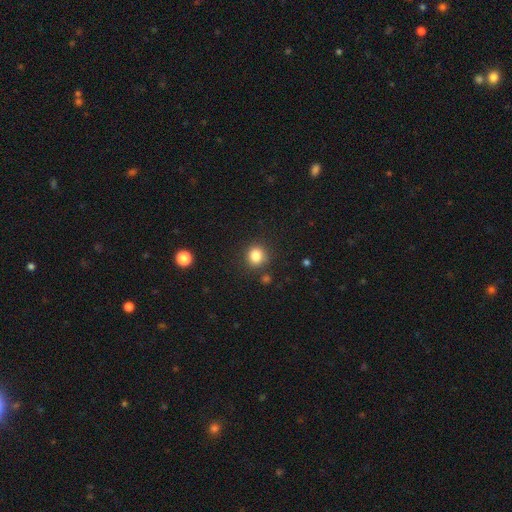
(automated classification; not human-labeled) smooth_or_featured: smooth (p=0.84) [alt: star or artifact p=0.11]
how_rounded: round (p=0.82) [alt: in between p=0.17]
merging: none (p=0.84) [alt: minor disturbance p=0.10]